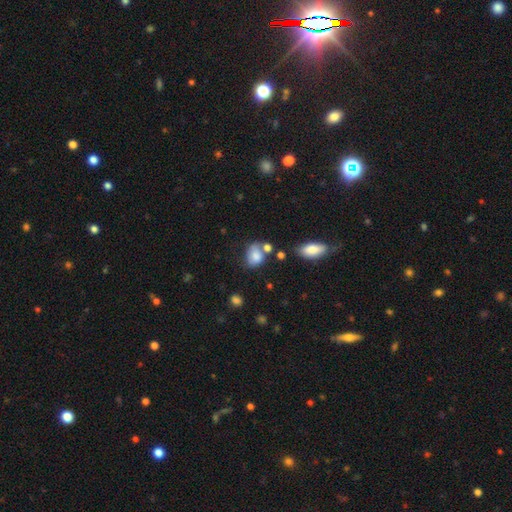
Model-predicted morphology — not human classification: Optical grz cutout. It shows a smooth galaxy with no disk features (77%) that is in between round and cigar-shaped (68%). Merging: none (39%).